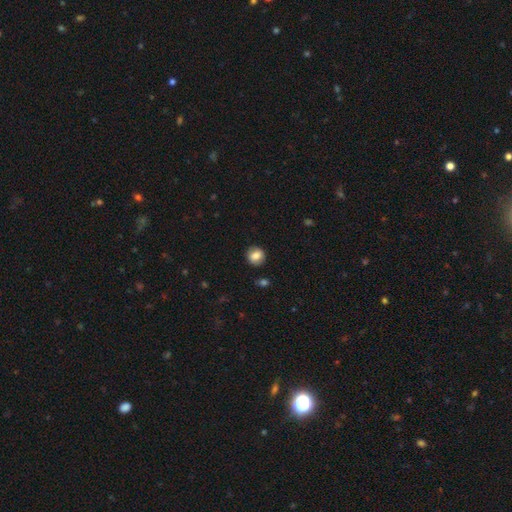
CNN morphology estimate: Smooth or featured?
  - smooth: 79% *
  - featured or disk: 12%
  - star or artifact: 9%
How rounded?
  - round: 83% *
  - in between: 16%
  - cigar-shaped: 1%
Merging?
  - none: 87% *
  - minor disturbance: 9%
  - major disturbance: 3%
  - merger: 1%